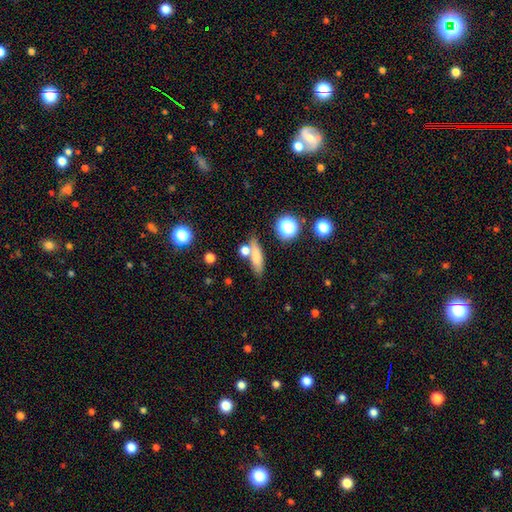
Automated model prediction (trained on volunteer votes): Smooth or featured: smooth — 76% (featured or disk — 13%)
How rounded: cigar-shaped — 54% (in between — 37%)
Merging: none — 69% (merger — 15%)